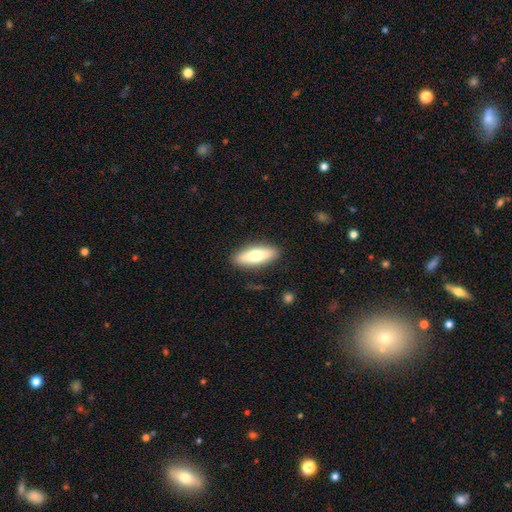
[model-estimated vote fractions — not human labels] Overall: smooth (67%; featured or disk 28%). How rounded: in between (56%; cigar-shaped 42%). Merging: none (88%).